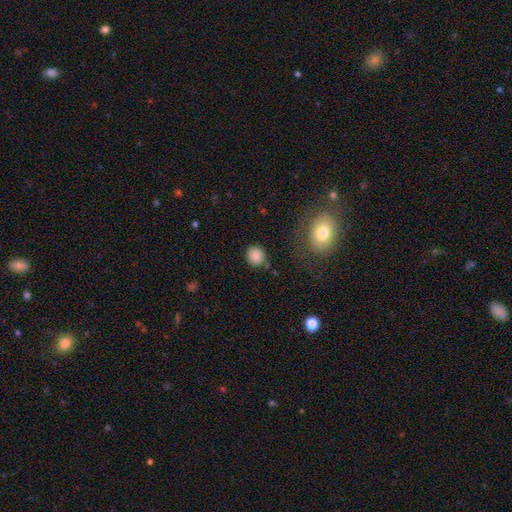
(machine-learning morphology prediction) Smooth or featured: smooth — 86% (star or artifact — 10%)
How rounded: round — 84% (in between — 15%)
Merging: none — 84% (minor disturbance — 10%)